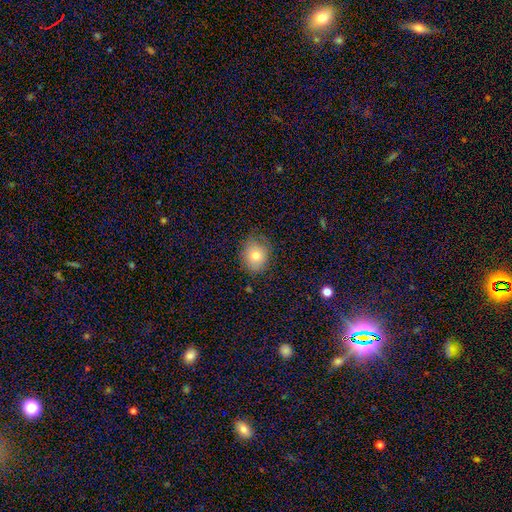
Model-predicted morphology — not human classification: smooth-or-featured: smooth: 76% | featured or disk: 13% | star or artifact: 11%
  how-rounded: round: 55% | in between: 44% | cigar-shaped: 1%
  merging: none: 71% | minor disturbance: 22% | major disturbance: 5% | merger: 1%